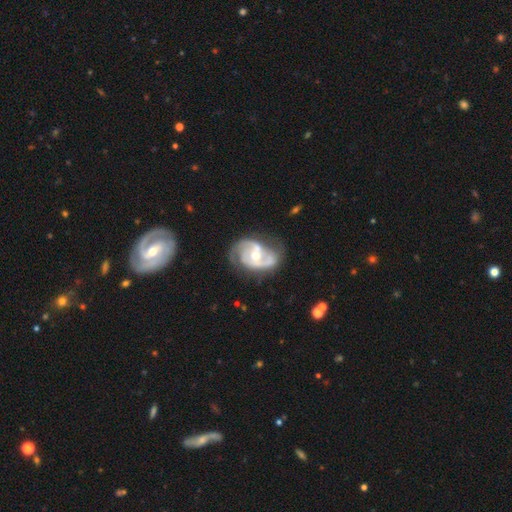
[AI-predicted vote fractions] featured or disk 87%, smooth 8%, star or artifact 5%. Down the decision tree: edge-on disk — no (97%); bar — no (46%); spiral arms — yes (94%); spiral arm count — 2 (79%); spiral winding — medium (50%); bulge size — moderate (68%); merging — none (57%).